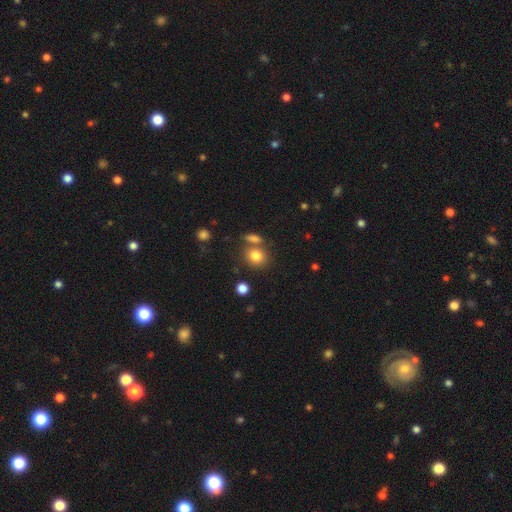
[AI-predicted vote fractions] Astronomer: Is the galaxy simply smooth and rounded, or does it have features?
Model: smooth — 82%.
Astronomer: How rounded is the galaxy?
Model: round — 64%.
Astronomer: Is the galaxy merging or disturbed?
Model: none — 63%.